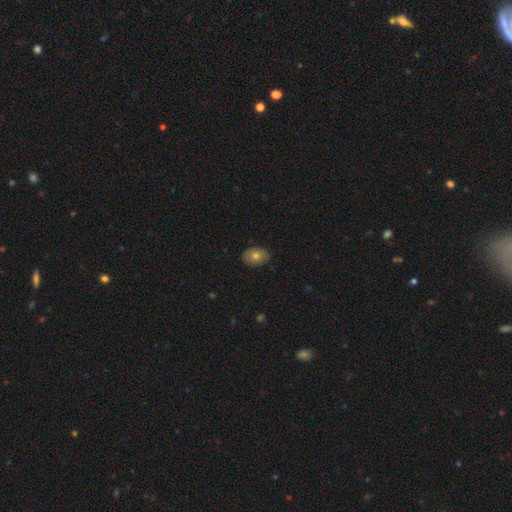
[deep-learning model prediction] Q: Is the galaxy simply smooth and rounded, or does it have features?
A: smooth — 72%.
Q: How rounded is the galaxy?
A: in between — 78%.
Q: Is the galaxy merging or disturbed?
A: none — 85%.